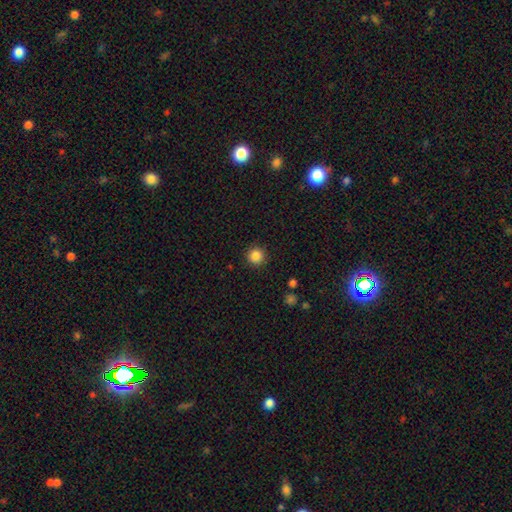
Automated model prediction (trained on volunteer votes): Smooth or featured? Predicted: smooth (p=0.85). How rounded? Predicted: round (p=0.95). Merging? Predicted: none (p=0.91).